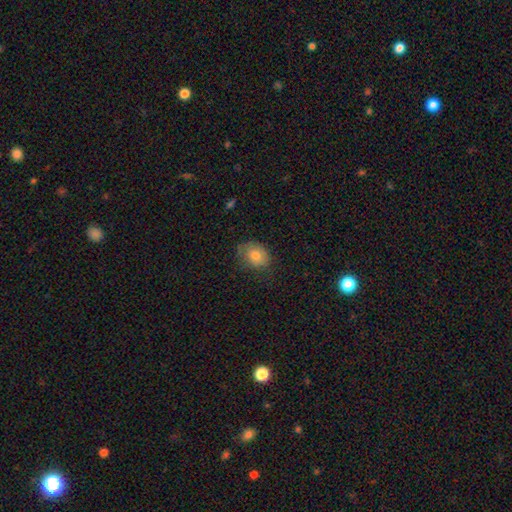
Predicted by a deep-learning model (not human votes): Overall: smooth (77%). How rounded: in between (55%; round 44%). Merging: none (66%).